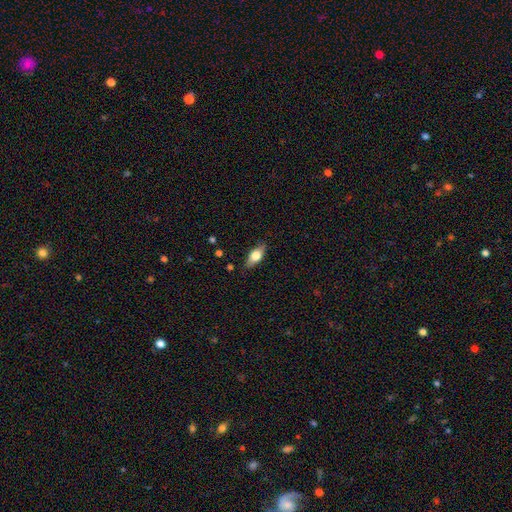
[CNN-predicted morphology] Smooth or featured: smooth — 66% (featured or disk — 28%)
How rounded: in between — 81% (cigar-shaped — 14%)
Merging: none — 83% (minor disturbance — 13%)